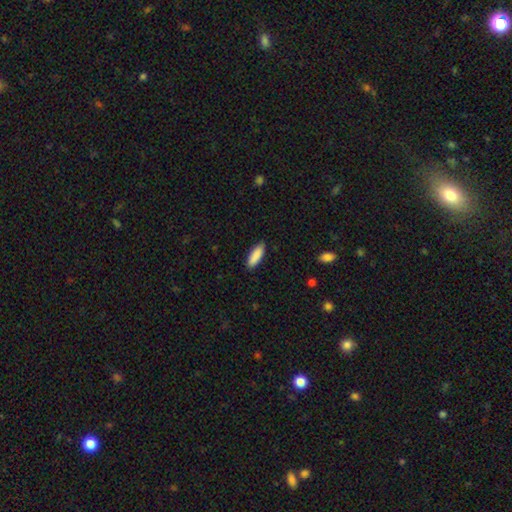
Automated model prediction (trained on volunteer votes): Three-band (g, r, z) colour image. It shows a smooth galaxy with no disk features (89%) that is in between round and cigar-shaped (51%). Merging: none (88%).